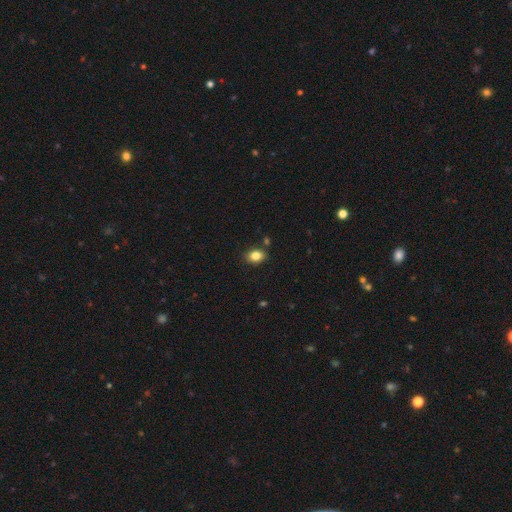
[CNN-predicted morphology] Overall: smooth (84%). How rounded: in between (76%). Merging: none (84%).